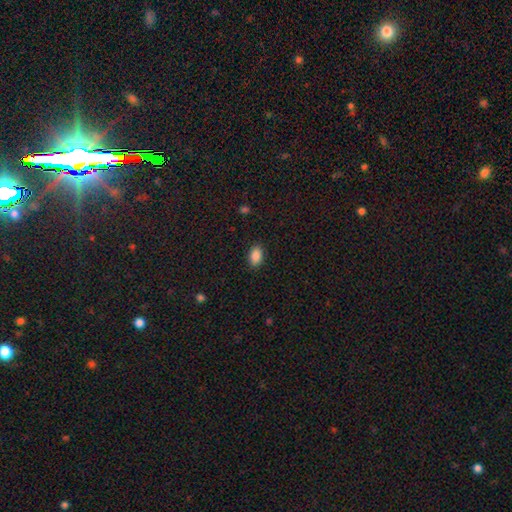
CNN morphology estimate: Q: Smooth or featured?
A: smooth (89%); runner-up: star or artifact (8%)
Q: How rounded?
A: in between (89%); runner-up: round (9%)
Q: Merging?
A: none (88%); runner-up: minor disturbance (9%)